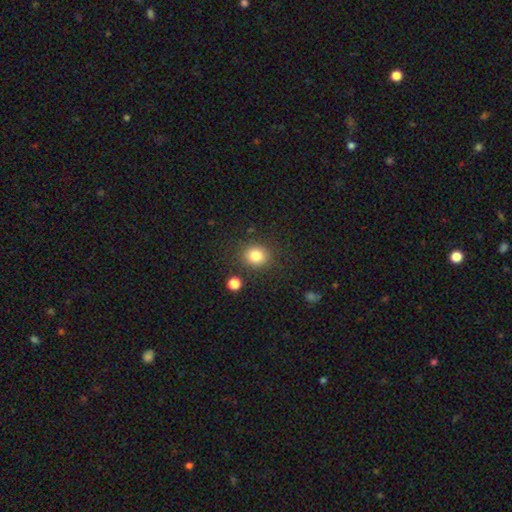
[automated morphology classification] Smooth or featured: smooth — 83% (star or artifact — 11%)
How rounded: round — 81% (in between — 19%)
Merging: none — 84% (minor disturbance — 9%)